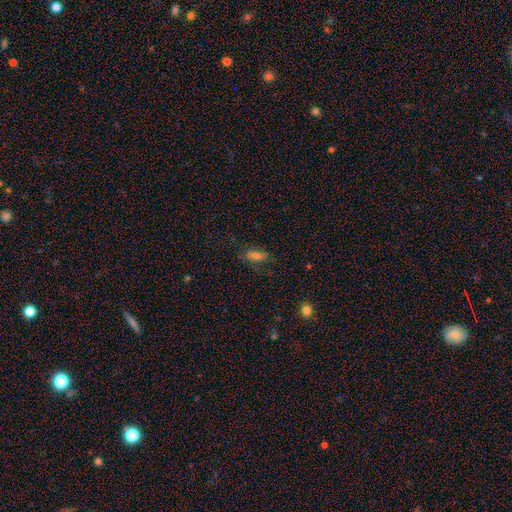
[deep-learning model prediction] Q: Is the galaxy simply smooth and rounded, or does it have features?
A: smooth — 61%.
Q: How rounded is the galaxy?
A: in between — 71%.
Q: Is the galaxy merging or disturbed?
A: none — 73%.